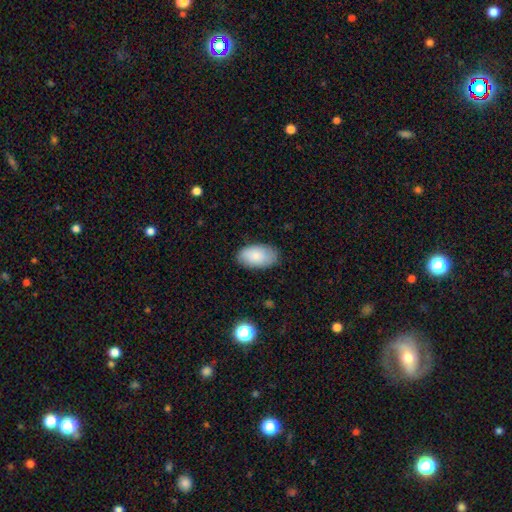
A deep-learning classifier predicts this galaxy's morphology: Q: Smooth or featured?
A: smooth (84%); runner-up: featured or disk (10%)
Q: How rounded?
A: in between (95%); runner-up: round (4%)
Q: Merging?
A: none (83%); runner-up: minor disturbance (13%)